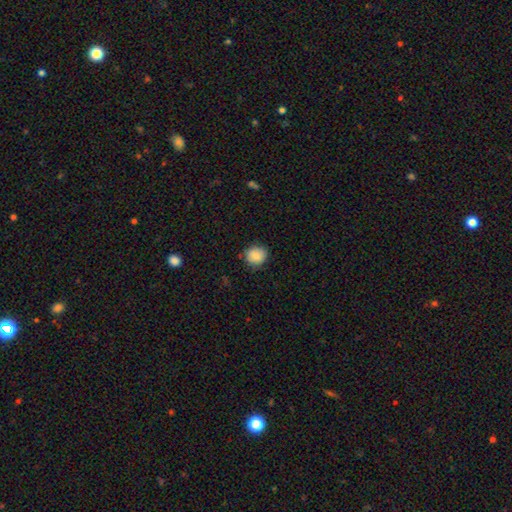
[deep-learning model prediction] smooth-or-featured: smooth: 86% | star or artifact: 8% | featured or disk: 5%
  how-rounded: round: 84% | in between: 15% | cigar-shaped: 1%
  merging: none: 83% | minor disturbance: 13% | major disturbance: 3% | merger: 1%